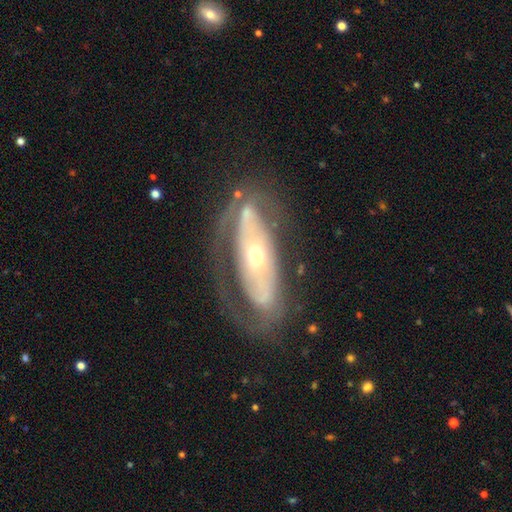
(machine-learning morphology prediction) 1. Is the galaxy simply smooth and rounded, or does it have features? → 76% featured or disk, 18% smooth, 6% star or artifact.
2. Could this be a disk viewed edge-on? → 85% no, 15% yes.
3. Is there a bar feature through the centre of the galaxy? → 68% no, 16% weak, 15% strong.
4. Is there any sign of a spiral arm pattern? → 56% yes, 44% no.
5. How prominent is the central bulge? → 52% moderate, 39% small, 6% large, 1% dominant, 1% none.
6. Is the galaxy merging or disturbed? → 58% none, 20% major disturbance, 19% minor disturbance, 3% merger.